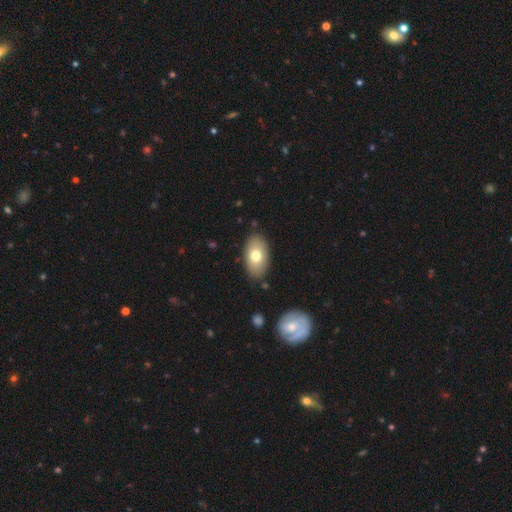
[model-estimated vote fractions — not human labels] Smooth or featured? smooth (74%)
How rounded? in between (93%)
Merging? none (85%)